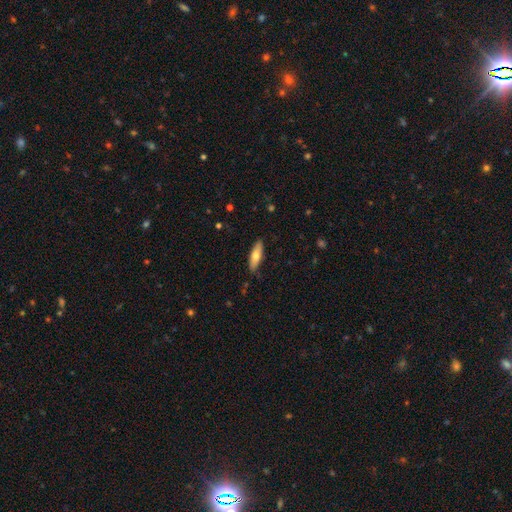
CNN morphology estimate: This appears to be a smooth galaxy with no disk features (67%) that is cigar-shaped (56%). Merging: none (86%).